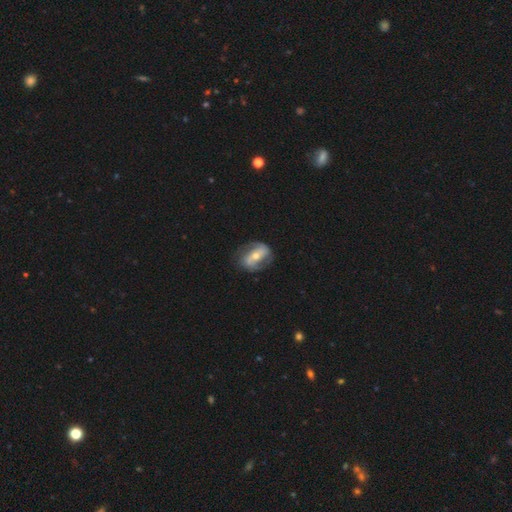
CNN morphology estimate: smooth_or_featured: featured or disk (p=0.78) [alt: smooth p=0.17]
disk_edge_on: no (p=0.96) [alt: yes p=0.04]
bar: strong (p=0.41) [alt: weak p=0.32]
has_spiral_arms: yes (p=0.87) [alt: no p=0.13]
spiral_winding: medium (p=0.43) [alt: tight p=0.31]
spiral_arm_count: 2 (p=0.86) [alt: can't tell p=0.08]
bulge_size: moderate (p=0.54) [alt: small p=0.41]
merging: none (p=0.73) [alt: minor disturbance p=0.17]